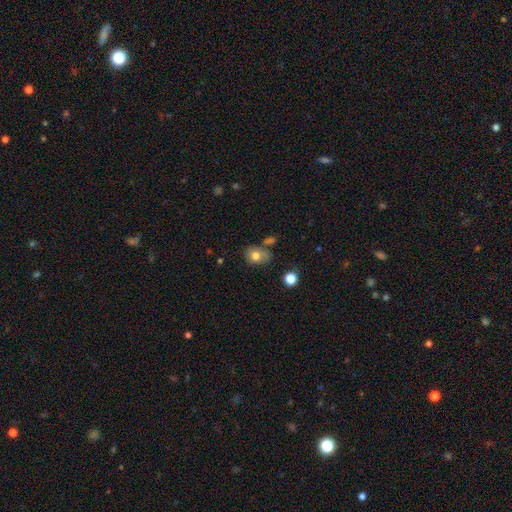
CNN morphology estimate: Q: Smooth or featured?
A: smooth (77%); runner-up: featured or disk (12%)
Q: How rounded?
A: in between (52%); runner-up: round (47%)
Q: Merging?
A: none (54%); runner-up: minor disturbance (23%)